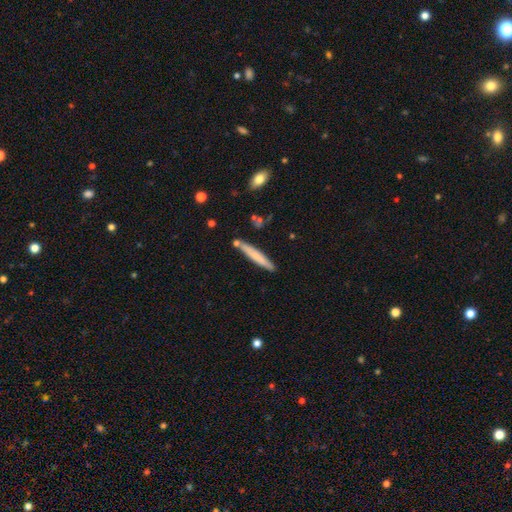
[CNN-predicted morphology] A smooth galaxy with no disk features (69%) that is cigar-shaped (94%). Merging: none (81%).